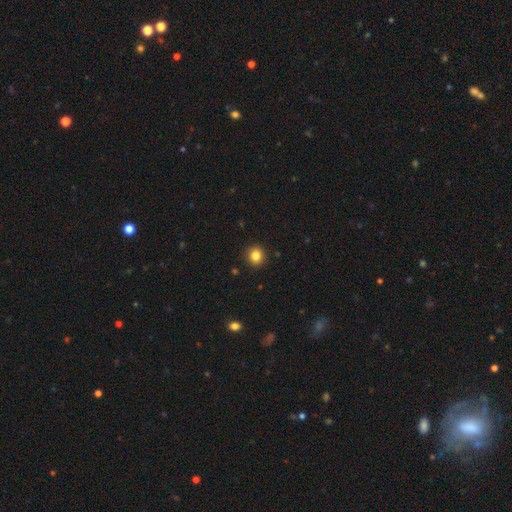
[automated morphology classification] Smooth or featured? smooth (83%)
How rounded? round (87%)
Merging? none (91%)